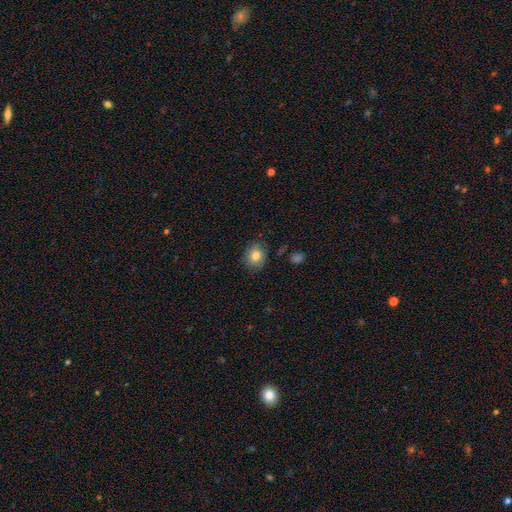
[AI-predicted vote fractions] Q: Smooth or featured?
A: smooth (82%); runner-up: star or artifact (9%)
Q: How rounded?
A: round (67%); runner-up: in between (32%)
Q: Merging?
A: none (83%); runner-up: minor disturbance (12%)